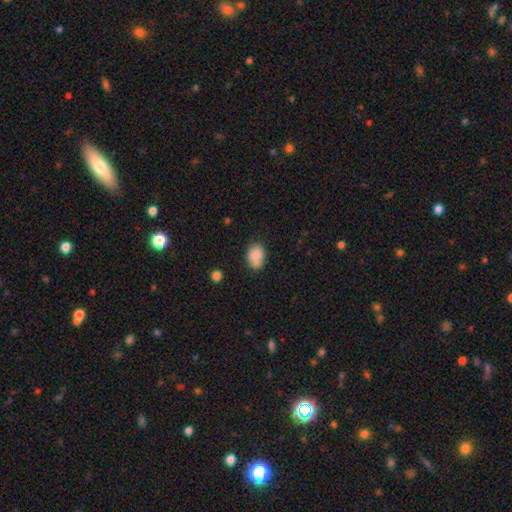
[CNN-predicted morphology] The model was most divided on "merging": none: 58%, minor disturbance: 23%, merger: 14%, major disturbance: 5%. More confident: smooth or featured — smooth (83%); how rounded — in between (70%).